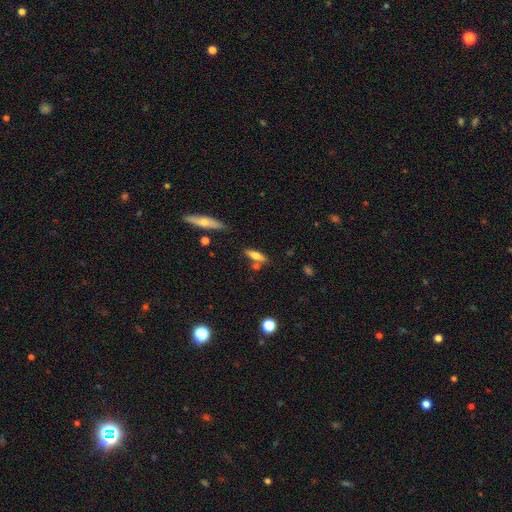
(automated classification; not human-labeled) This is possibly a smooth galaxy (58%). How rounded: possibly cigar-shaped (56%). Merging: likely none (69%).